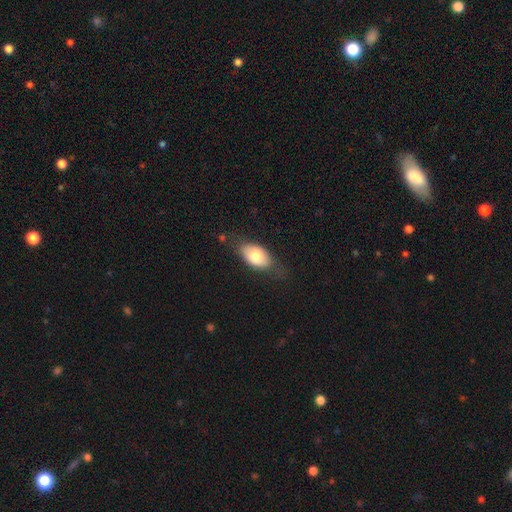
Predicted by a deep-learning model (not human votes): Smooth or featured?
  - smooth: 73% *
  - featured or disk: 20%
  - star or artifact: 7%
How rounded?
  - in between: 90% *
  - round: 7%
  - cigar-shaped: 4%
Merging?
  - none: 67% *
  - minor disturbance: 23%
  - major disturbance: 8%
  - merger: 2%